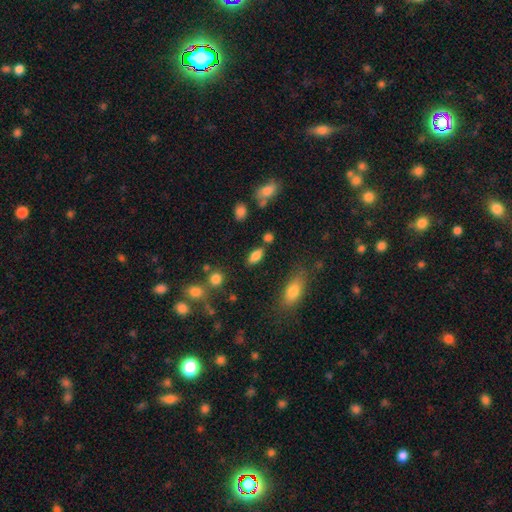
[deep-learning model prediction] smooth_or_featured: smooth (p=0.81) [alt: star or artifact p=0.10]
how_rounded: in between (p=0.86) [alt: cigar-shaped p=0.10]
merging: none (p=0.76) [alt: minor disturbance p=0.13]